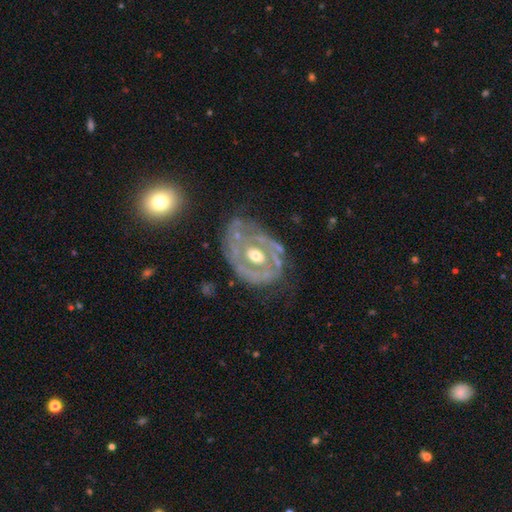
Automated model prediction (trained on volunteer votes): smooth-or-featured: featured or disk: 82% | smooth: 13% | star or artifact: 5%
  disk-edge-on: no: 96% | yes: 4%
    bar: no: 70% | weak: 22% | strong: 8%
    has-spiral-arms: yes: 64% | no: 36%
      spiral-winding: tight: 63% | medium: 25% | loose: 12%
      spiral-arm-count: can't tell: 38% | 2: 29% | 1: 13% | 3: 11% | 4: 5% | more than 4: 4%
    bulge-size: moderate: 73% | small: 17% | large: 8% | none: 1% | dominant: 1%
  merging: none: 60% | minor disturbance: 23% | major disturbance: 14% | merger: 3%